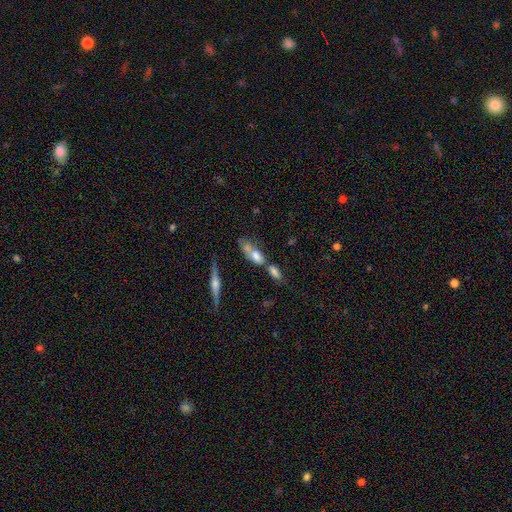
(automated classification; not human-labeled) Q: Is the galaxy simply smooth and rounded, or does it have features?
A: smooth — 61%.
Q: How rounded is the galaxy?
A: in between — 69%.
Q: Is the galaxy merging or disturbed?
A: merger — 40%.